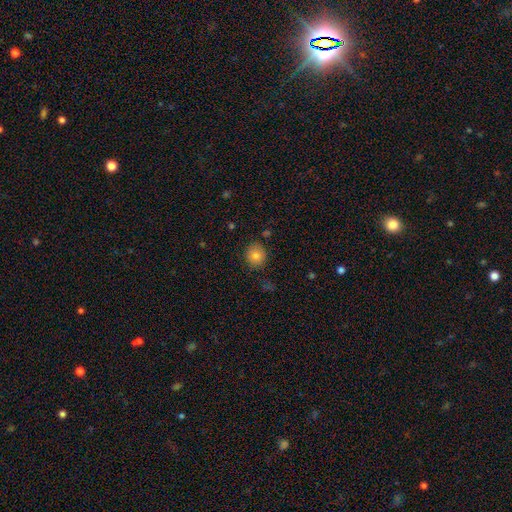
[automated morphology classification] The model was most divided on "how rounded": round: 84%, in between: 15%, cigar-shaped: 1%. More confident: merging — none (84%); smooth or featured — smooth (81%).